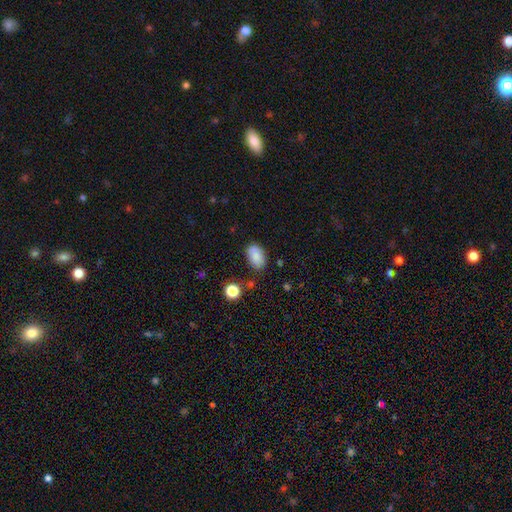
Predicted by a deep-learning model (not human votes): Smooth or featured?
  - smooth: 86% *
  - star or artifact: 8%
  - featured or disk: 6%
How rounded?
  - in between: 92% *
  - round: 7%
  - cigar-shaped: 2%
Merging?
  - none: 78% *
  - minor disturbance: 16%
  - major disturbance: 4%
  - merger: 3%